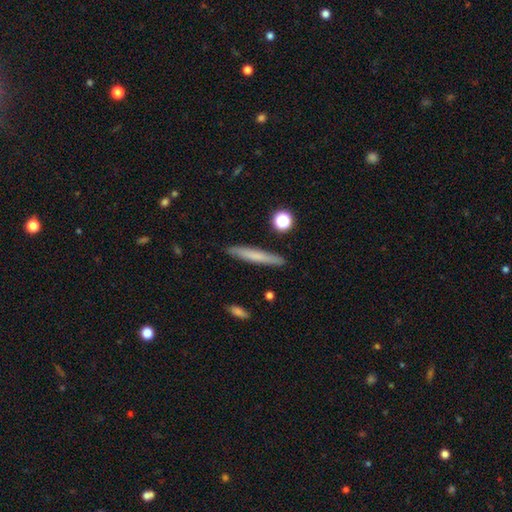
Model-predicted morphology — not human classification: This appears to be a smooth galaxy with no disk features (67%) that is cigar-shaped (94%). Merging: none (89%).